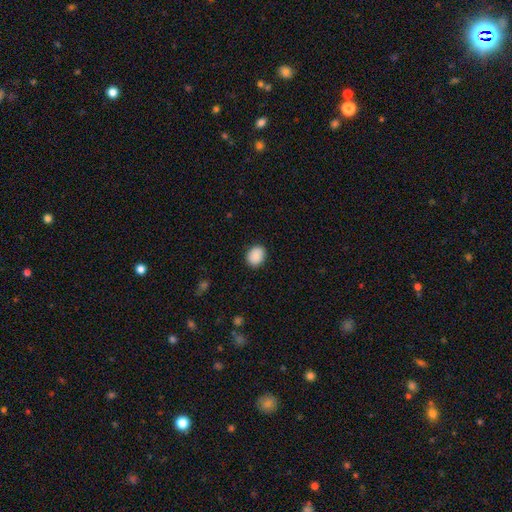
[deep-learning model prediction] Morphology: type=smooth (90%); roundness=round (54%); merging=none (89%).